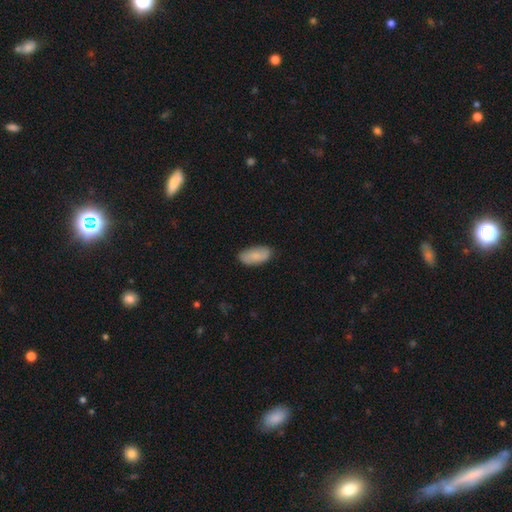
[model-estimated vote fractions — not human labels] Smooth or featured? Predicted: smooth (p=0.83). How rounded? Predicted: in between (p=0.92). Merging? Predicted: none (p=0.83).